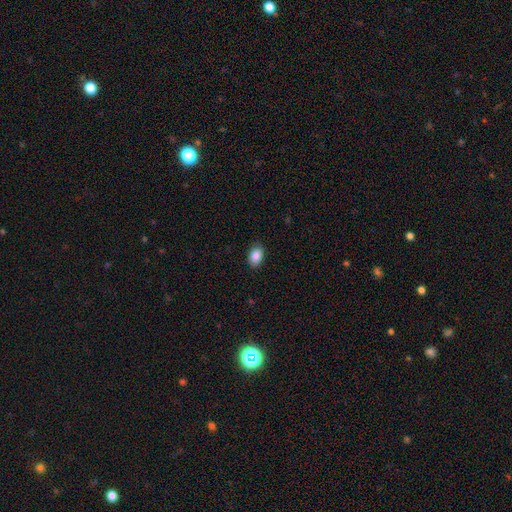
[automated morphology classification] Smooth or featured?
  - smooth: 88% *
  - star or artifact: 7%
  - featured or disk: 5%
How rounded?
  - in between: 87% *
  - round: 12%
  - cigar-shaped: 1%
Merging?
  - none: 88% *
  - minor disturbance: 9%
  - major disturbance: 2%
  - merger: 1%